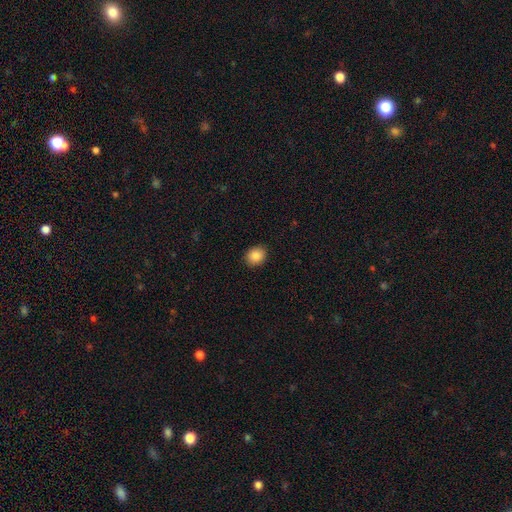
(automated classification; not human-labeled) Smooth or featured? Predicted: smooth (p=0.87). How rounded? Predicted: round (p=0.63). Merging? Predicted: none (p=0.90).